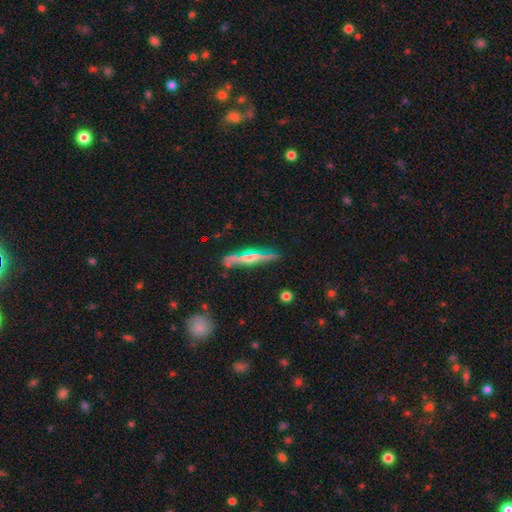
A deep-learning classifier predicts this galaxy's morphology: This appears to be a featured or disk galaxy (70%) viewed edge-on (94%) with a rounded central bulge (74%). Merging: none (81%).